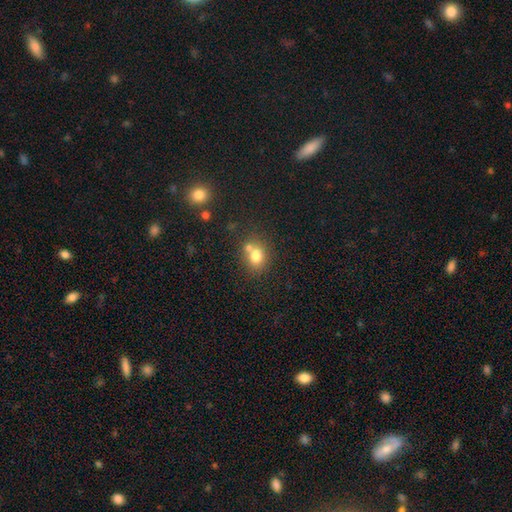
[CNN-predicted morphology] smooth-or-featured: smooth: 76% | star or artifact: 13% | featured or disk: 12%
  how-rounded: round: 67% | in between: 32% | cigar-shaped: 1%
  merging: none: 54% | merger: 32% | minor disturbance: 10% | major disturbance: 3%